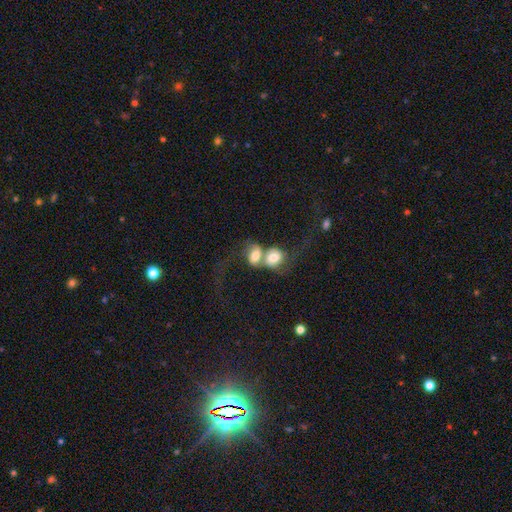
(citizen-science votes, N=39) This appears to be a featured or disk galaxy (62%) with no bar (77%), 2 (76%) loose (76%) spiral arms (77%) and a large central bulge (36%). Merging: merger (78%).